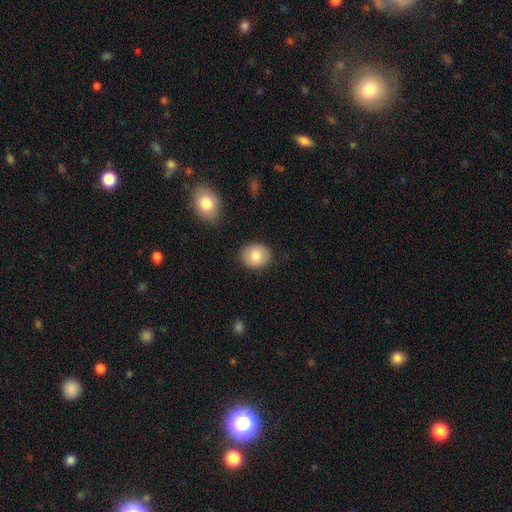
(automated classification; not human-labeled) This appears to be a smooth galaxy with no disk features (80%) that is round (73%). Merging: none (88%).